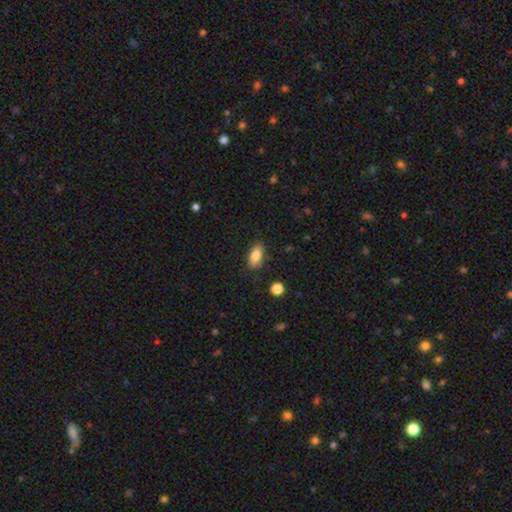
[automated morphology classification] smooth 83%, featured or disk 8%, star or artifact 8%. Down the decision tree: how rounded — in between (89%); merging — none (80%).